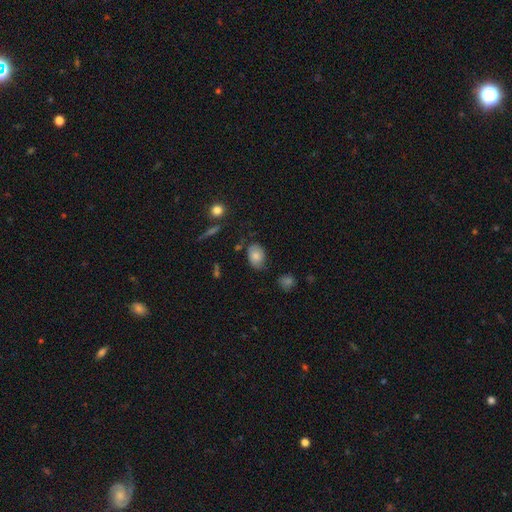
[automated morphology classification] Smooth or featured: smooth — 76% (featured or disk — 15%)
How rounded: in between — 80% (round — 18%)
Merging: none — 61% (minor disturbance — 28%)